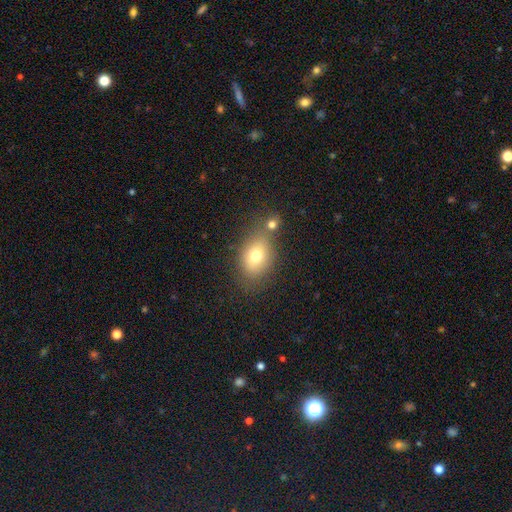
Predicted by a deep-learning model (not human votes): Overall: smooth (72%). How rounded: in between (72%). Merging: none (57%; merger 21%).